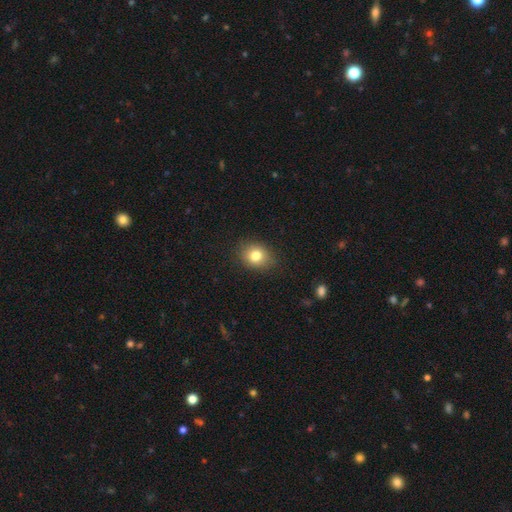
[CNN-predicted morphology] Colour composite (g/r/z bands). It shows a smooth galaxy with no disk features (80%) that is round (57%). Merging: none (86%).